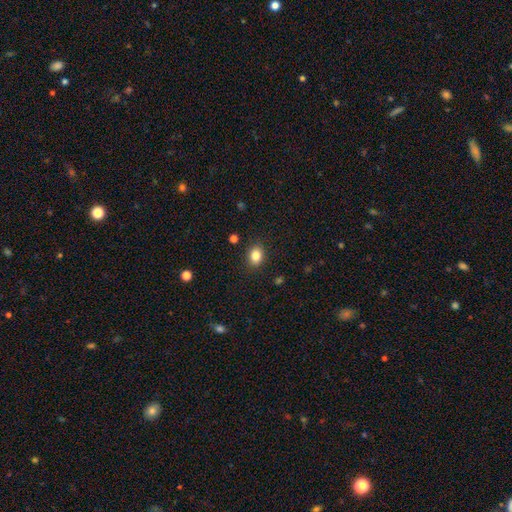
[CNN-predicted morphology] A smooth galaxy with no disk features (83%) that is in between round and cigar-shaped (54%).

Vote fractions:
- Smooth or featured? smooth: 83% / star or artifact: 10% / featured or disk: 6%
- How rounded? in between: 54% / round: 45% / cigar-shaped: 1%
- Merging? none: 88% / minor disturbance: 8% / major disturbance: 2% / merger: 1%